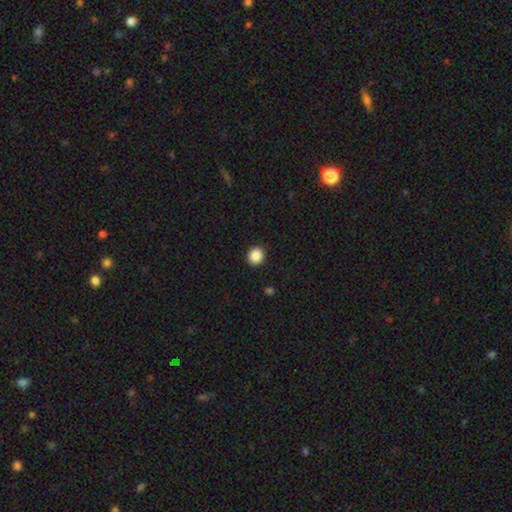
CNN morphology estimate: smooth-or-featured: smooth: 88% | star or artifact: 9% | featured or disk: 3%
  how-rounded: round: 80% | in between: 19% | cigar-shaped: 1%
  merging: none: 91% | minor disturbance: 6% | major disturbance: 2% | merger: 1%